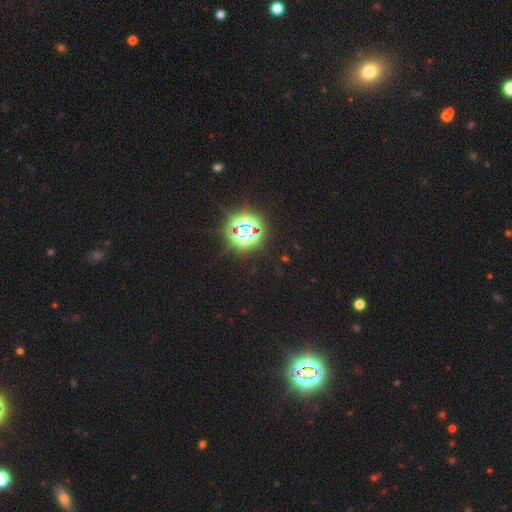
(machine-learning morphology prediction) smooth-or-featured: star or artifact: 79% | smooth: 16% | featured or disk: 5%